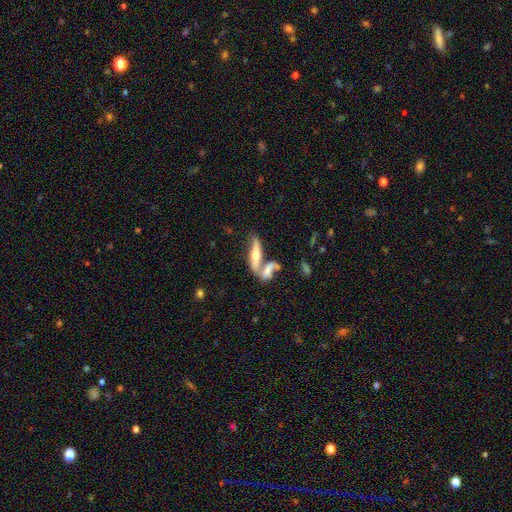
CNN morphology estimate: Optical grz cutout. It shows a featured or disk galaxy (51%) viewed edge-on (79%). Merging: merger (48%).